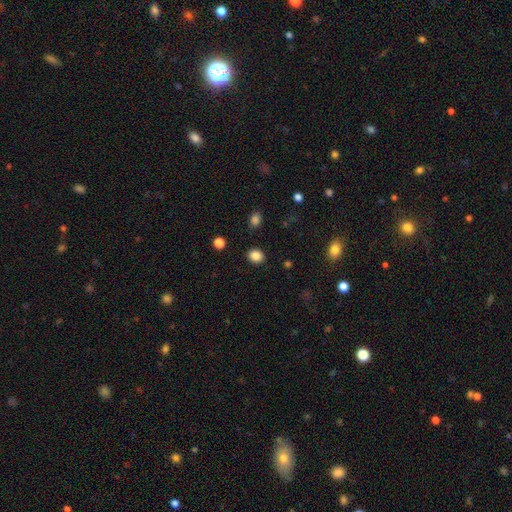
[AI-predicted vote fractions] A smooth galaxy with no disk features (85%) that is round (56%).

Vote fractions:
- Smooth or featured? smooth: 85% / star or artifact: 10% / featured or disk: 4%
- How rounded? round: 56% / in between: 43% / cigar-shaped: 1%
- Merging? none: 88% / minor disturbance: 8% / major disturbance: 2% / merger: 2%